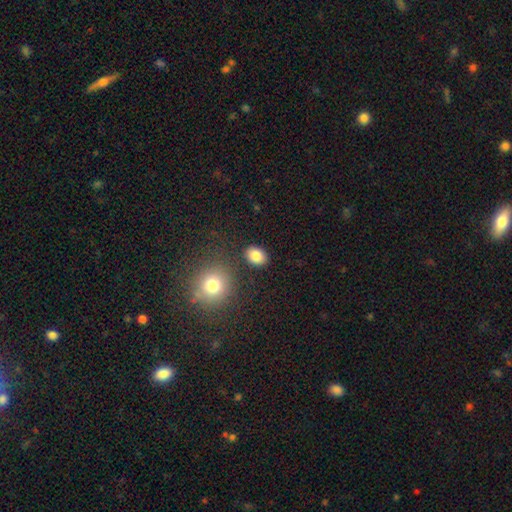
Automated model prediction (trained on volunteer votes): The model was most divided on "how rounded": in between: 69%, round: 30%, cigar-shaped: 1%. More confident: smooth or featured — smooth (84%); merging — none (84%).